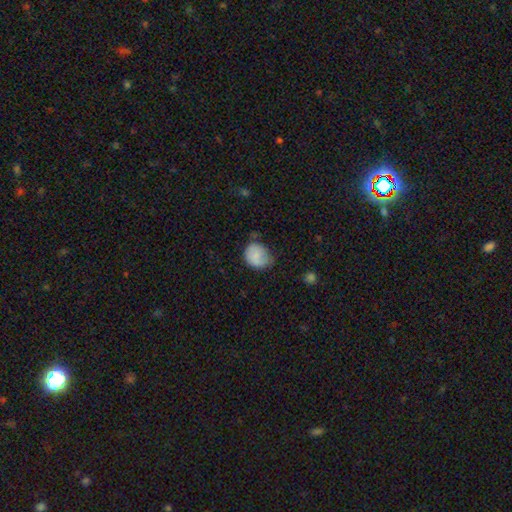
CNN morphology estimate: This is likely a smooth galaxy (78%). How rounded: likely round (64%). Merging: possibly none (49%).